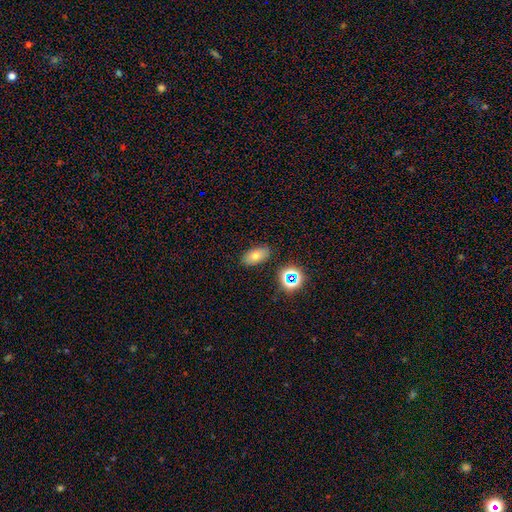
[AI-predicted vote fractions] Q: Smooth or featured?
A: smooth (69%); runner-up: featured or disk (15%)
Q: How rounded?
A: in between (88%); runner-up: round (8%)
Q: Merging?
A: none (85%); runner-up: minor disturbance (9%)